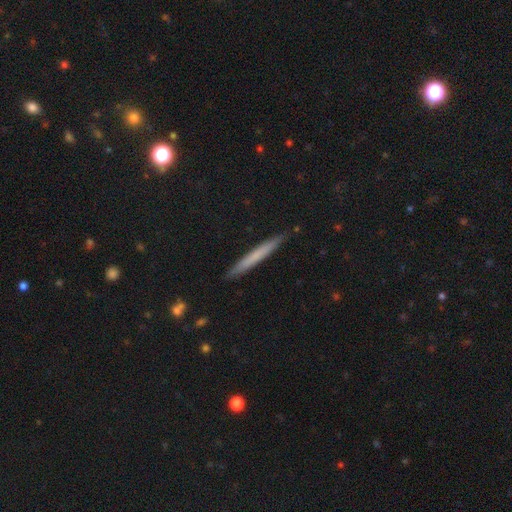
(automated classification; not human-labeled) smooth_or_featured: smooth (p=0.62) [alt: featured or disk p=0.31]
how_rounded: cigar-shaped (p=0.97) [alt: in between p=0.02]
merging: none (p=0.89) [alt: minor disturbance p=0.08]